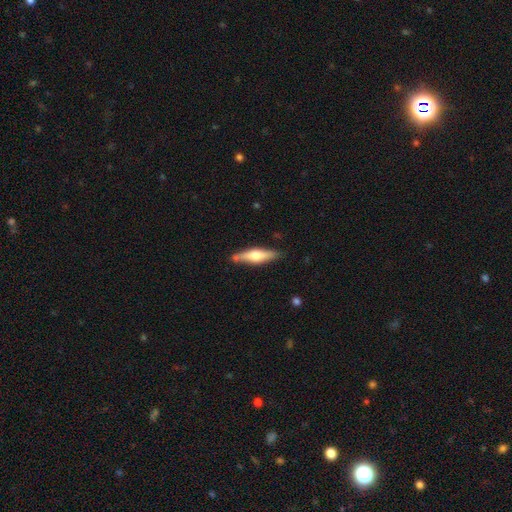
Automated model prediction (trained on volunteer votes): The model was most divided on "smooth or featured": featured or disk: 52%, smooth: 43%, star or artifact: 5%. More confident: edge-on disk — yes (93%); merging — none (79%).